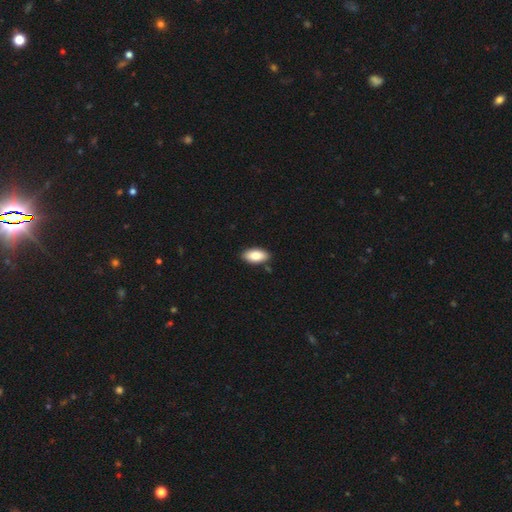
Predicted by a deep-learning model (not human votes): A smooth galaxy with no disk features (85%) that is in between round and cigar-shaped (93%). Merging: none (88%).